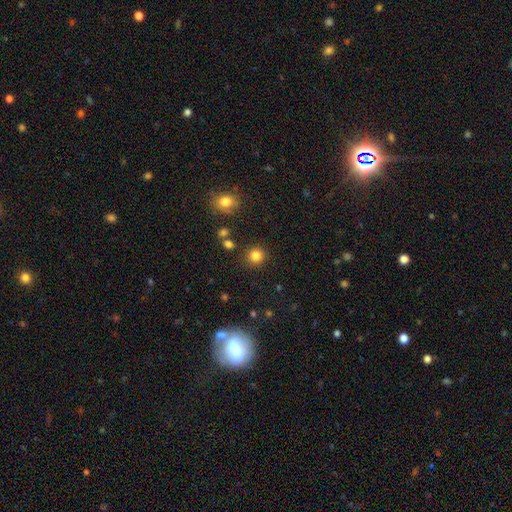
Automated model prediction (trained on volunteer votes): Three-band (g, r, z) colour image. It shows a smooth galaxy with no disk features (82%) that is round (90%). Merging: none (88%).